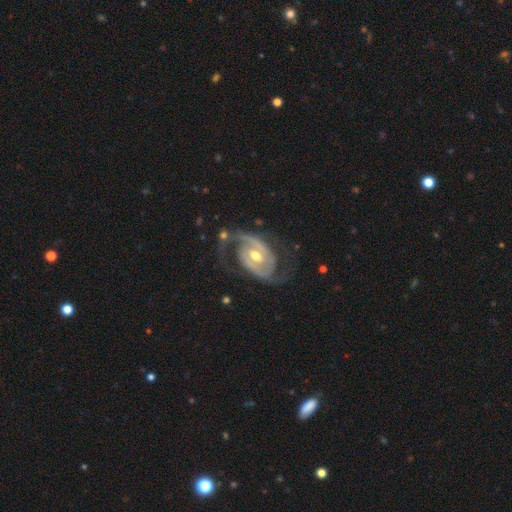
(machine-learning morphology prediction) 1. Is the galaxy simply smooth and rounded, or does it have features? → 90% featured or disk, 5% smooth, 4% star or artifact.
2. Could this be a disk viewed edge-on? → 97% no, 3% yes.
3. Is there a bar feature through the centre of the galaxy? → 42% weak, 35% no, 22% strong.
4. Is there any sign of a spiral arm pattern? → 96% yes, 4% no.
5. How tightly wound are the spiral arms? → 47% medium, 35% tight, 19% loose.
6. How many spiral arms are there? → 88% 2, 4% can't tell, 3% 1, 2% 3, 1% 4, 1% more than 4.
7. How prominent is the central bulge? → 74% moderate, 19% small, 5% large, 1% none, 1% dominant.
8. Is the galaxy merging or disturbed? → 67% none, 18% minor disturbance, 13% major disturbance, 3% merger.